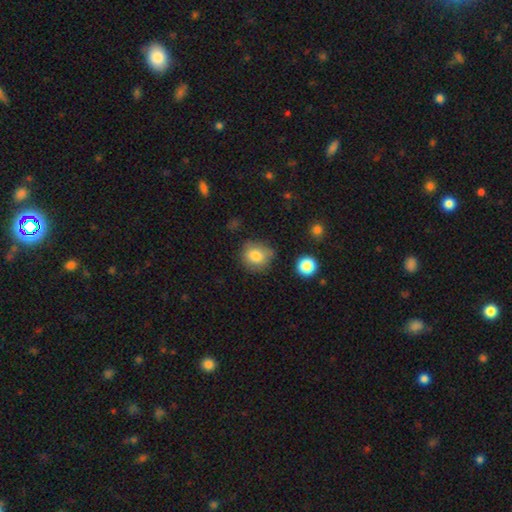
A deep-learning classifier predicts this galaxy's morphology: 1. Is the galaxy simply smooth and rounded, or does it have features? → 82% smooth, 10% star or artifact, 8% featured or disk.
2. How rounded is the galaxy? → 82% round, 17% in between, 1% cigar-shaped.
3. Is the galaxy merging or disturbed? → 70% none, 21% minor disturbance, 5% major disturbance, 4% merger.